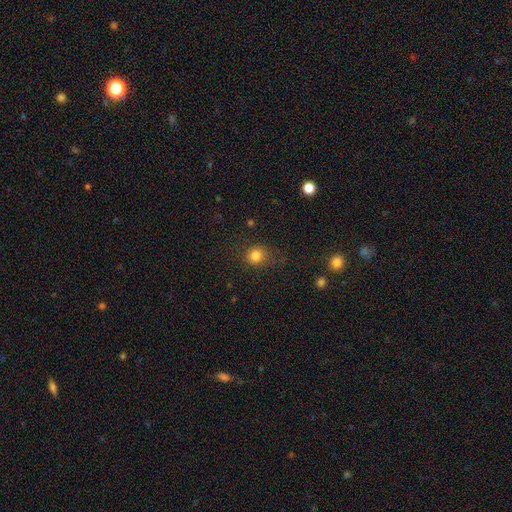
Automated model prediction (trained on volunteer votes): smooth-or-featured: smooth: 82% | star or artifact: 13% | featured or disk: 5%
  how-rounded: round: 85% | in between: 15% | cigar-shaped: 1%
  merging: none: 77% | minor disturbance: 15% | major disturbance: 6% | merger: 2%